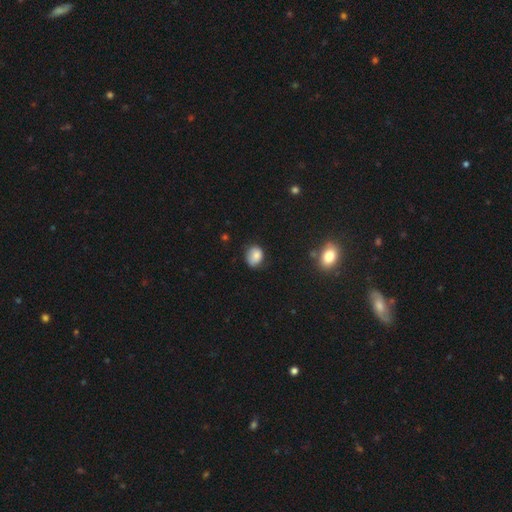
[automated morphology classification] Overall: smooth (80%). How rounded: in between (50%; round 49%). Merging: none (66%; minor disturbance 27%).